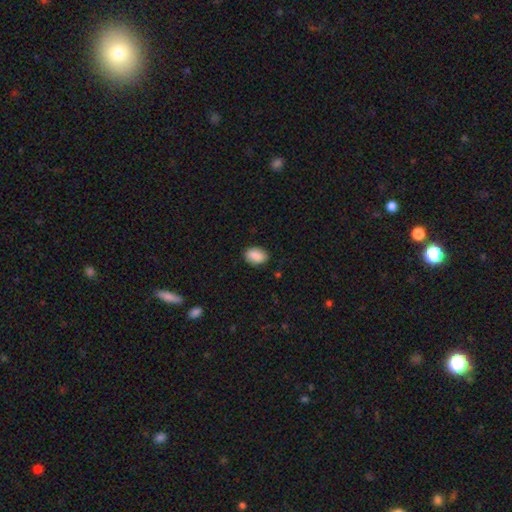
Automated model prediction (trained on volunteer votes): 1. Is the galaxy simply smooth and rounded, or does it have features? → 88% smooth, 7% star or artifact, 5% featured or disk.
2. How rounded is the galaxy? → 84% in between, 14% round, 1% cigar-shaped.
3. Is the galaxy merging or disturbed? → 85% none, 11% minor disturbance, 2% major disturbance, 1% merger.